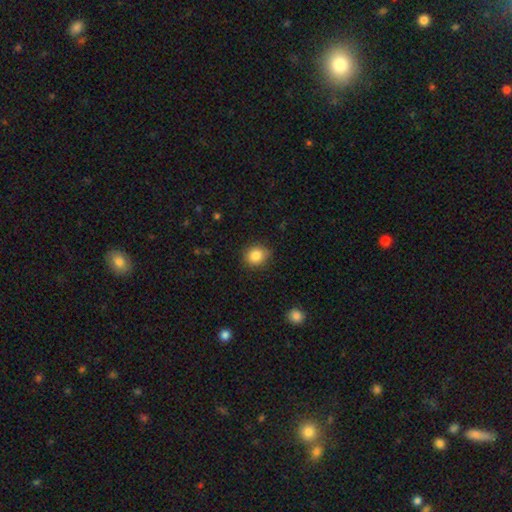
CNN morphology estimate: The model was most divided on "how rounded": round: 75%, in between: 24%, cigar-shaped: 1%. More confident: smooth or featured — smooth (85%); merging — none (84%).